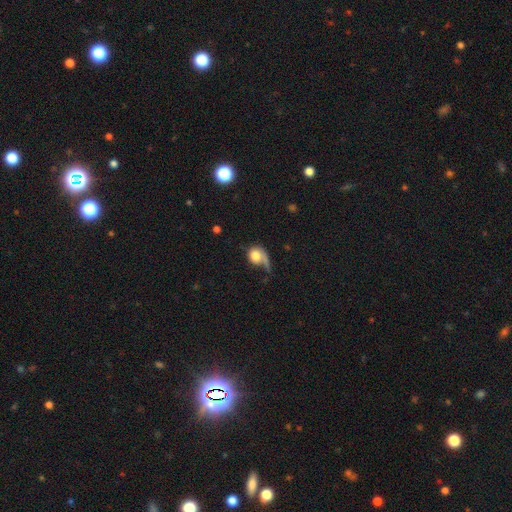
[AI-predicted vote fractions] Smooth or featured?
  - smooth: 66% *
  - featured or disk: 25%
  - star or artifact: 9%
How rounded?
  - round: 73% *
  - in between: 25%
  - cigar-shaped: 2%
Merging?
  - major disturbance: 37% *
  - none: 32%
  - minor disturbance: 21%
  - merger: 10%